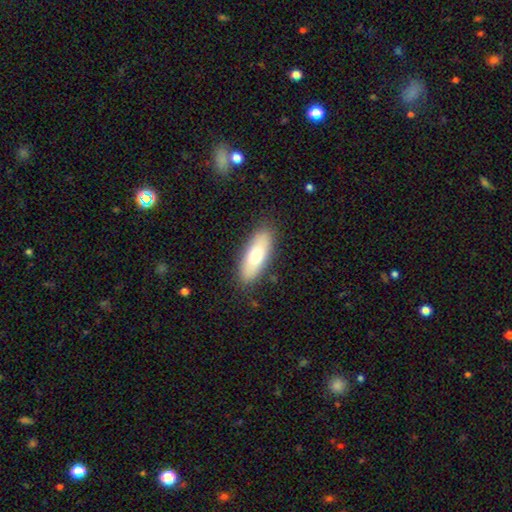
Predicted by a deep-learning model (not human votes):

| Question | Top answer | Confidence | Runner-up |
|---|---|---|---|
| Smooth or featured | smooth | 71% | featured or disk (23%) |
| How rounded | in between | 66% | cigar-shaped (32%) |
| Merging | none | 87% | minor disturbance (10%) |